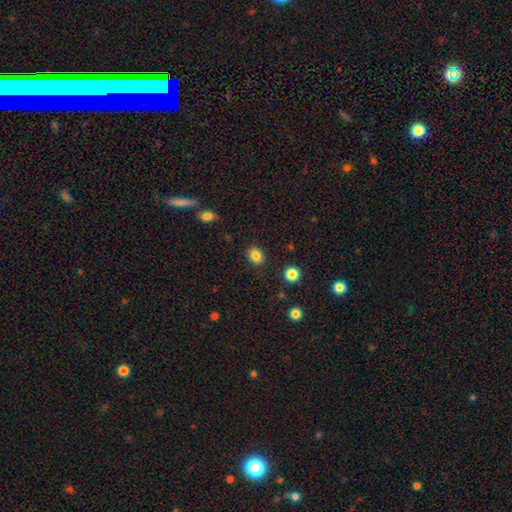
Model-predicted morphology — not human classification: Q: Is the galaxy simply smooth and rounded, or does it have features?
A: smooth — 84%.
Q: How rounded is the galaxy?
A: in between — 51%.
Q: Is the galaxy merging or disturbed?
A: none — 87%.